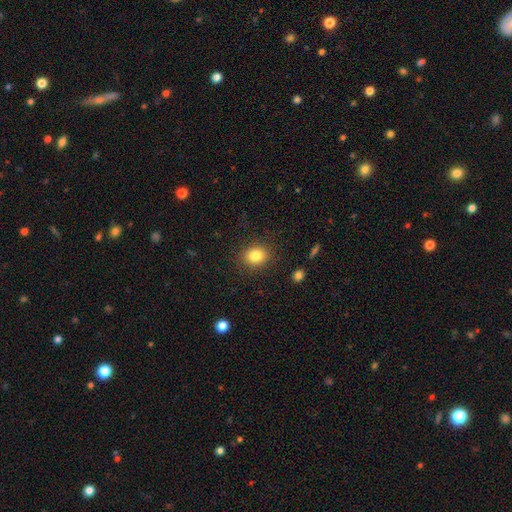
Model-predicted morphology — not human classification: smooth-or-featured: smooth: 83% | star or artifact: 10% | featured or disk: 7%
  how-rounded: round: 62% | in between: 37% | cigar-shaped: 1%
  merging: none: 87% | minor disturbance: 9% | major disturbance: 3% | merger: 1%